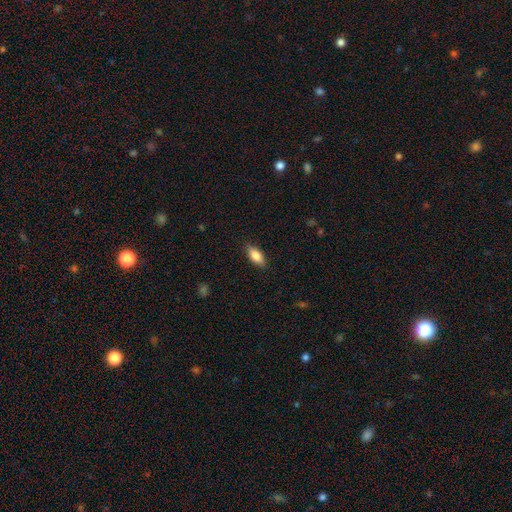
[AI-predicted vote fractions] This is clearly a smooth galaxy (83%). How rounded: clearly in between (84%). Merging: clearly none (86%).